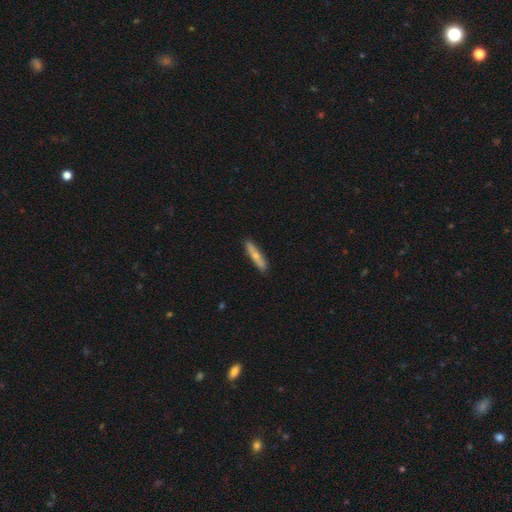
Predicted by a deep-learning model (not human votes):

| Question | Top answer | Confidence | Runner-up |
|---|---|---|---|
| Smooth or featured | smooth | 63% | featured or disk (32%) |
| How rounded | cigar-shaped | 87% | in between (11%) |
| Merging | none | 87% | minor disturbance (10%) |